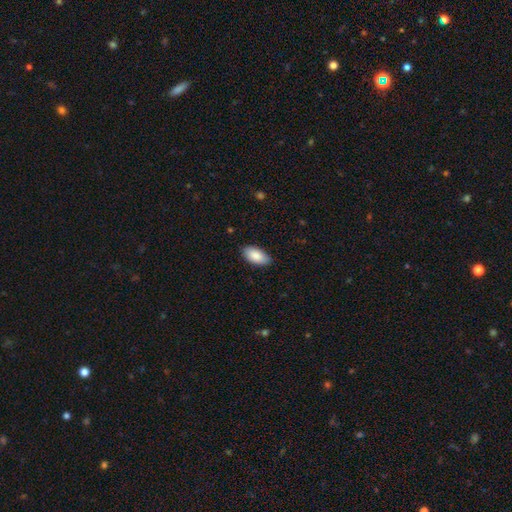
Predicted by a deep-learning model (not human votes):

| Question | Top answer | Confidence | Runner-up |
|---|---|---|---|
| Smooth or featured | smooth | 88% | featured or disk (6%) |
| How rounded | in between | 94% | cigar-shaped (4%) |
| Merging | none | 86% | minor disturbance (11%) |